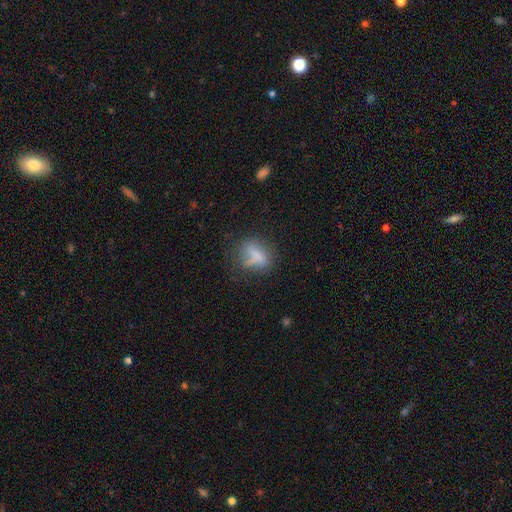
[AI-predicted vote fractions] Smooth or featured? Predicted: smooth (p=0.64). How rounded? Predicted: in between (p=0.58). Merging? Predicted: none (p=0.47).